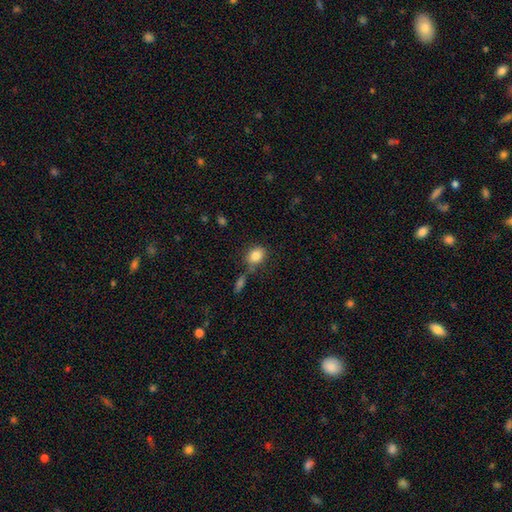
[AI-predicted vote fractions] Smooth or featured? Predicted: smooth (p=0.84). How rounded? Predicted: in between (p=0.54). Merging? Predicted: none (p=0.67).